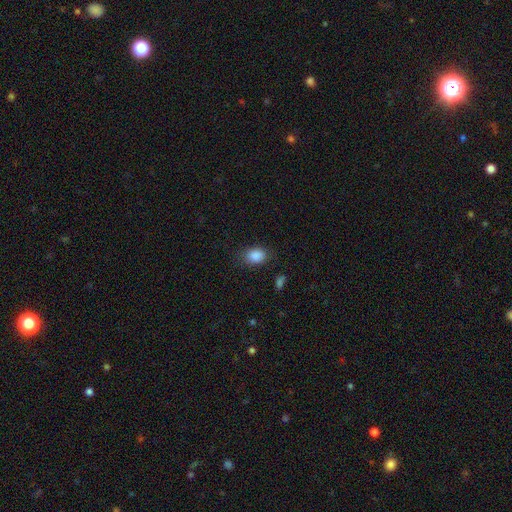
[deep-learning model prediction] Smooth or featured: smooth — 87% (star or artifact — 9%)
How rounded: in between — 73% (round — 26%)
Merging: none — 80% (minor disturbance — 14%)